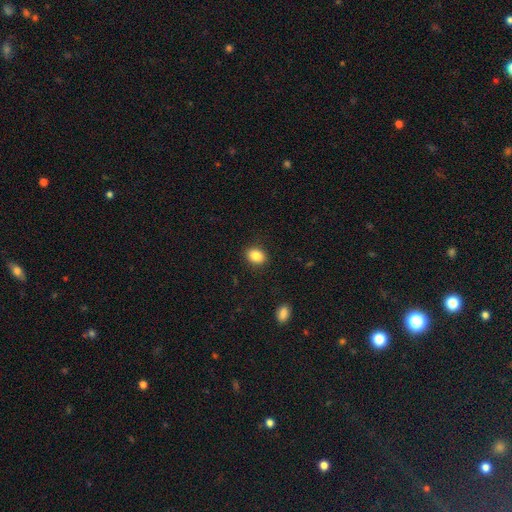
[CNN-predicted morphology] Overall: smooth (85%). How rounded: in between (62%; round 37%). Merging: none (89%).